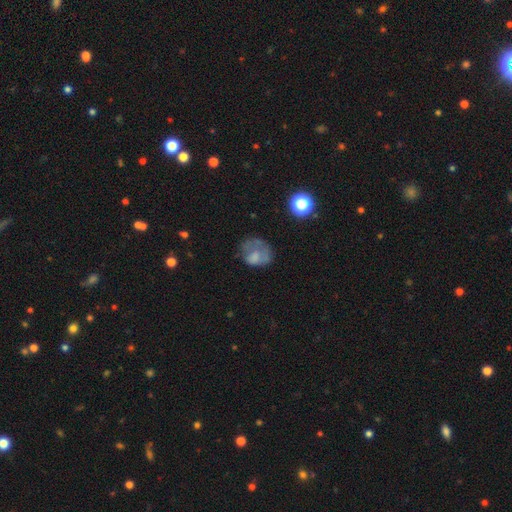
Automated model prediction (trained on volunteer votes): Smooth or featured: smooth — 59% (featured or disk — 29%)
How rounded: round — 55% (in between — 44%)
Merging: none — 37% (major disturbance — 32%)